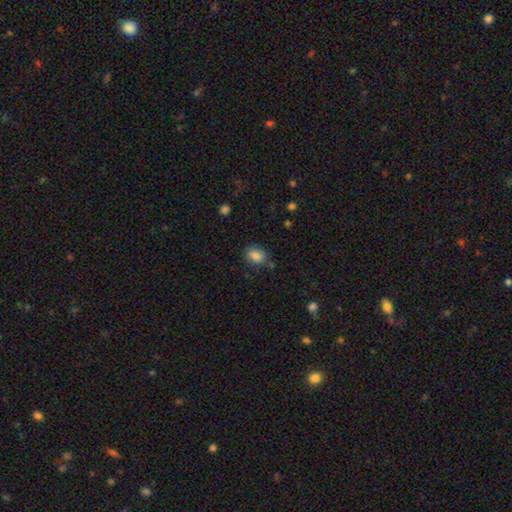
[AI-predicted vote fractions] Morphology: type=smooth (82%); roundness=in between (54%); merging=none (75%).